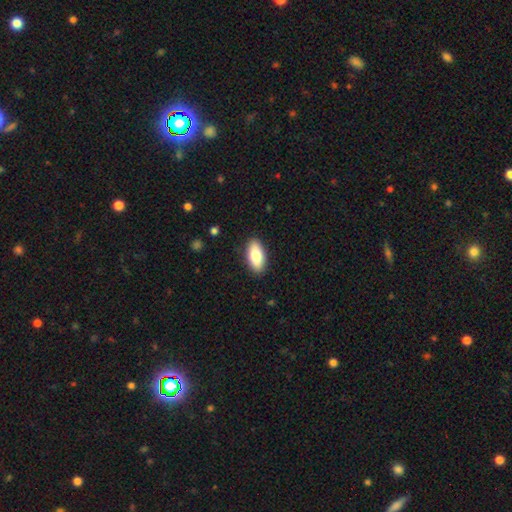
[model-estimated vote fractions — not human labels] smooth_or_featured: smooth (p=0.79) [alt: featured or disk p=0.15]
how_rounded: in between (p=0.89) [alt: cigar-shaped p=0.08]
merging: none (p=0.89) [alt: minor disturbance p=0.08]